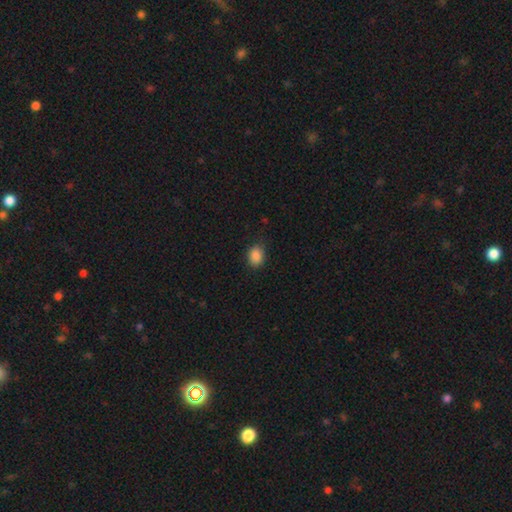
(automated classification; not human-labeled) Smooth or featured?
  - smooth: 87% *
  - star or artifact: 9%
  - featured or disk: 3%
How rounded?
  - in between: 58% *
  - round: 41%
  - cigar-shaped: 1%
Merging?
  - none: 82% *
  - minor disturbance: 14%
  - major disturbance: 3%
  - merger: 1%